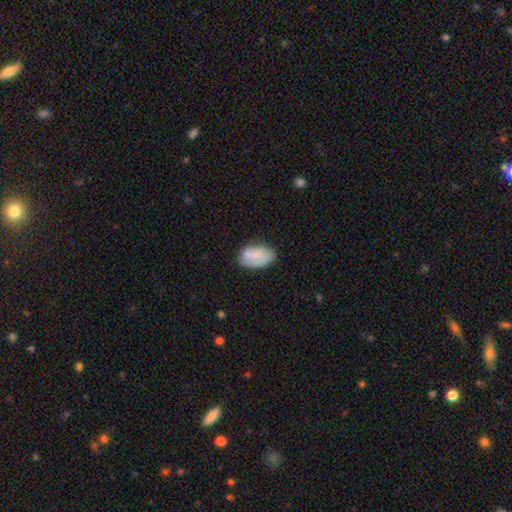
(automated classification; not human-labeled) Smooth or featured?
  - smooth: 71% *
  - featured or disk: 22%
  - star or artifact: 7%
How rounded?
  - in between: 92% *
  - round: 7%
  - cigar-shaped: 2%
Merging?
  - none: 66% *
  - minor disturbance: 23%
  - major disturbance: 6%
  - merger: 5%